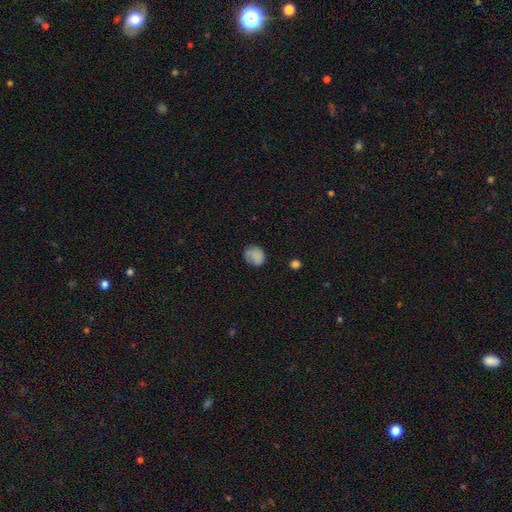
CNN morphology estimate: A smooth galaxy with no disk features (81%) that is round (65%). Merging: none (67%).